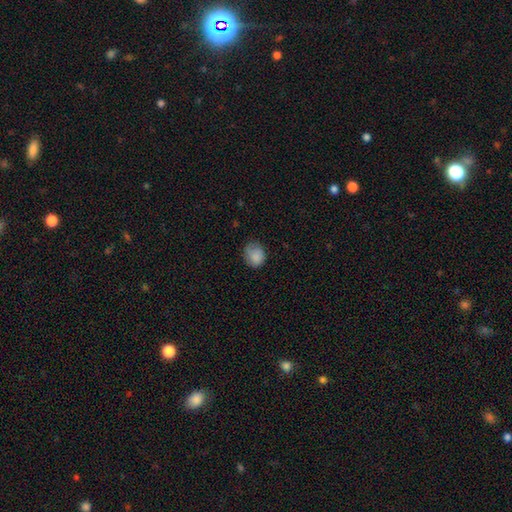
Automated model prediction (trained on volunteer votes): smooth 85%, star or artifact 8%, featured or disk 7%. Down the decision tree: how rounded — round (62%); merging — none (63%).